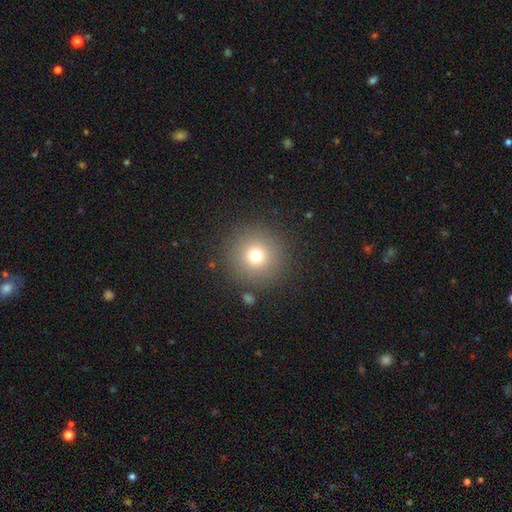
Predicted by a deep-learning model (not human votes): smooth-or-featured: smooth: 73% | star or artifact: 16% | featured or disk: 11%
  how-rounded: round: 96% | in between: 3% | cigar-shaped: 1%
  merging: none: 88% | minor disturbance: 6% | major disturbance: 4% | merger: 2%